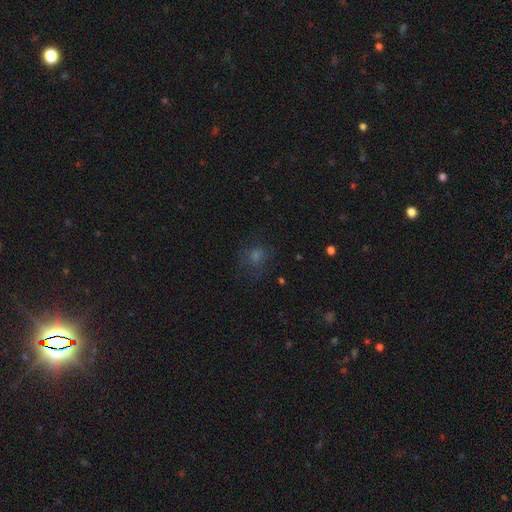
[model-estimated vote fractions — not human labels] This is possibly a smooth galaxy (49%). Merging: likely none (73%).